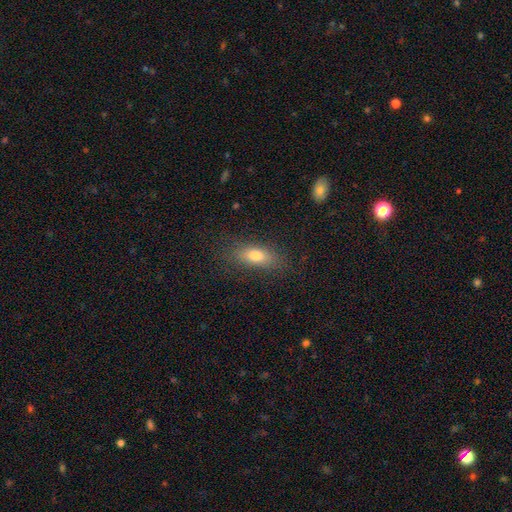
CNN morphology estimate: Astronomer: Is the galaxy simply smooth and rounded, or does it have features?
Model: smooth — 76%.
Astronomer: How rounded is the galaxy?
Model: in between — 73%.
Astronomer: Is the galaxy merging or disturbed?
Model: none — 81%.